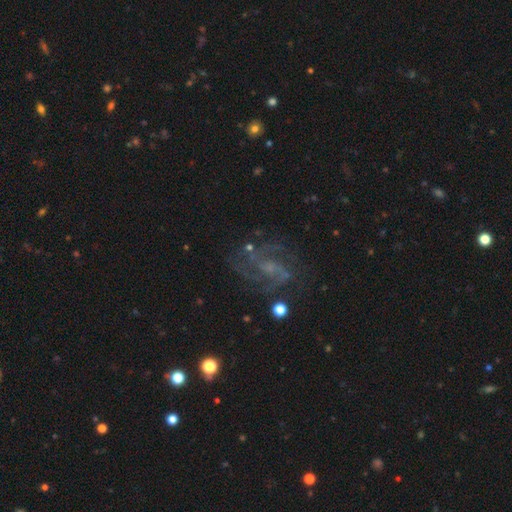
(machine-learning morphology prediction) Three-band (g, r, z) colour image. It shows a featured or disk galaxy (78%) with a weak bar (47%), 2 (52%) medium (51%) spiral arms (92%) and a small central bulge (52%). Merging: none (67%).